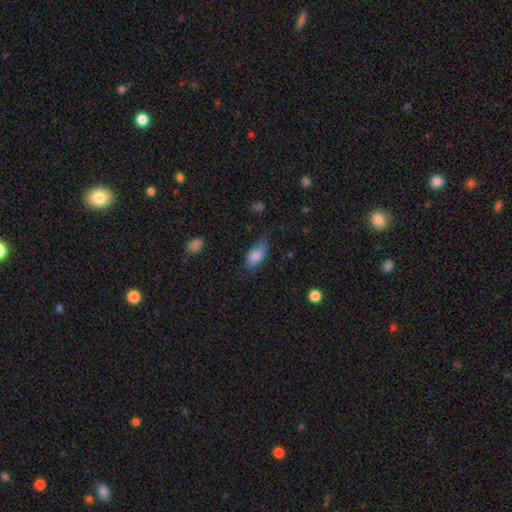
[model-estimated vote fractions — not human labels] smooth_or_featured: smooth (p=0.83) [alt: featured or disk p=0.10]
how_rounded: in between (p=0.90) [alt: cigar-shaped p=0.06]
merging: none (p=0.58) [alt: minor disturbance p=0.31]